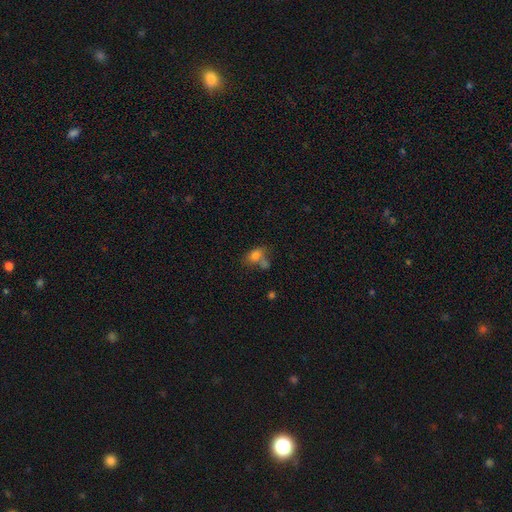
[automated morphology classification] Overall: smooth (75%). How rounded: in between (76%). Merging: none (37%; merger 35%).